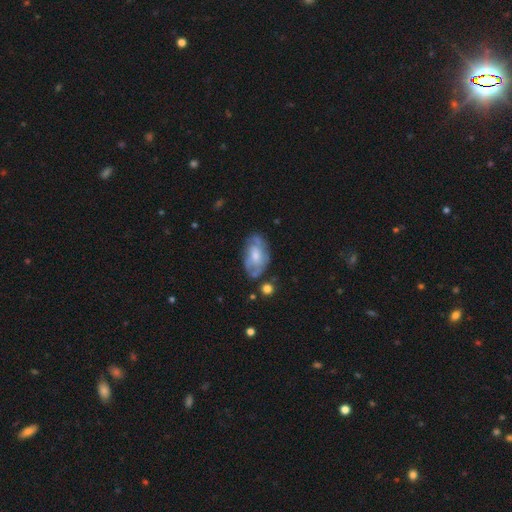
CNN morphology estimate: The model was most divided on "bulge size": moderate: 51%, small: 32%, large: 9%, none: 7%, dominant: 1%. More confident: edge-on disk — no (94%); spiral arms — yes (69%); bar — no (62%); smooth or featured — featured or disk (62%); merging — none (60%).